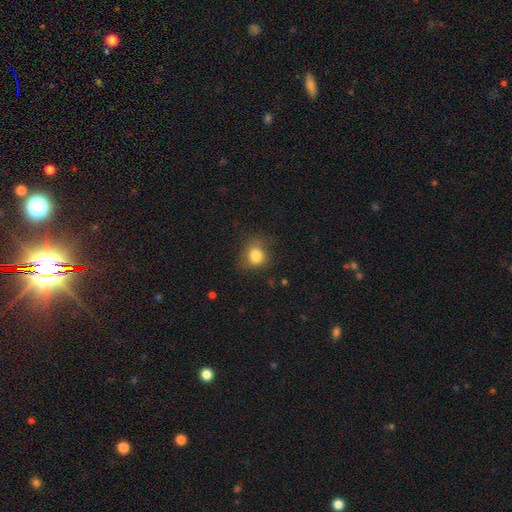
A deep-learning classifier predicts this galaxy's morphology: type=smooth (82%); roundness=round (59%); merging=none (64%).